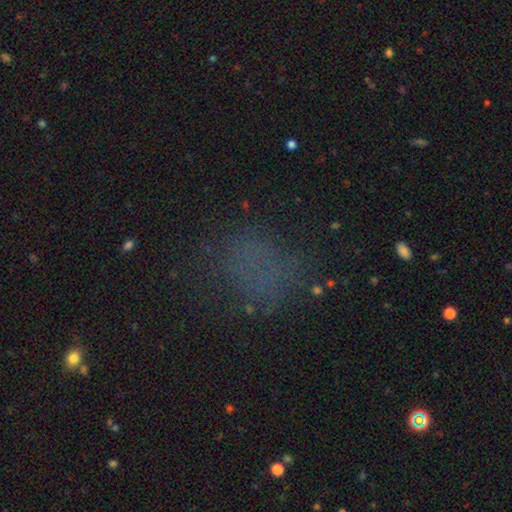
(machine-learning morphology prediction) The model was most divided on "how rounded": round: 53%, in between: 45%, cigar-shaped: 2%. More confident: merging — none (66%); smooth or featured — smooth (52%).